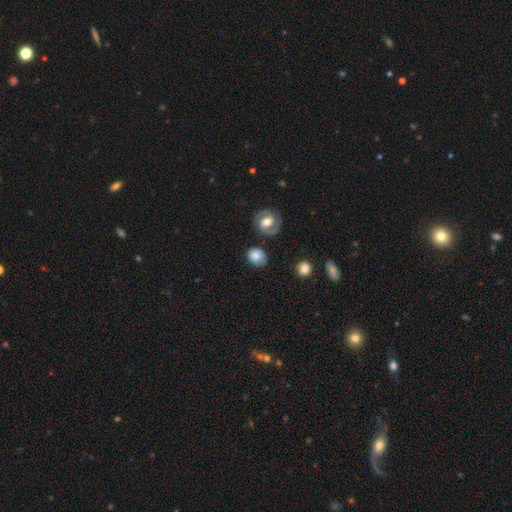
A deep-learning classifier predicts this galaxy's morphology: smooth 75%, featured or disk 17%, star or artifact 8%. Down the decision tree: how rounded — round (55%); merging — none (72%).